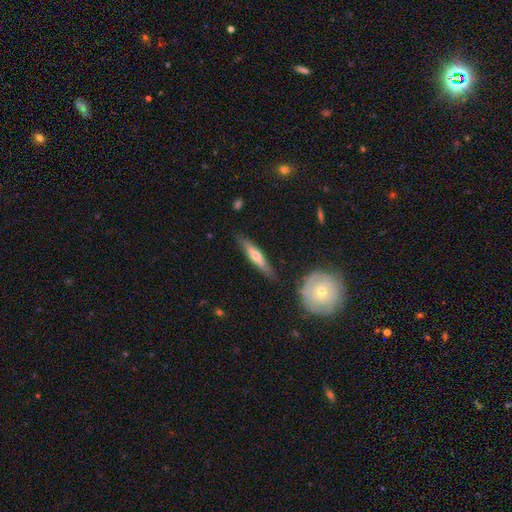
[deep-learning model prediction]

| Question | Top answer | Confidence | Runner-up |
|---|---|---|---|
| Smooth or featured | featured or disk | 49% | smooth (45%) |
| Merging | none | 81% | minor disturbance (14%) |